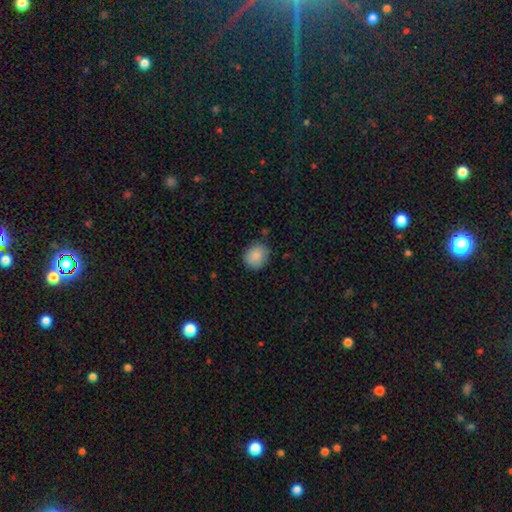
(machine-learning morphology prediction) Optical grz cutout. It shows a smooth galaxy with no disk features (88%) that is round (76%). Merging: none (85%).